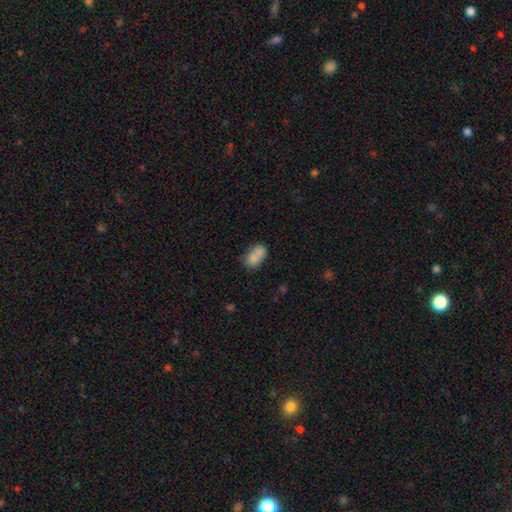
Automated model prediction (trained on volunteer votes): A smooth galaxy with no disk features (77%) that is in between round and cigar-shaped (79%). Merging: merger (42%).